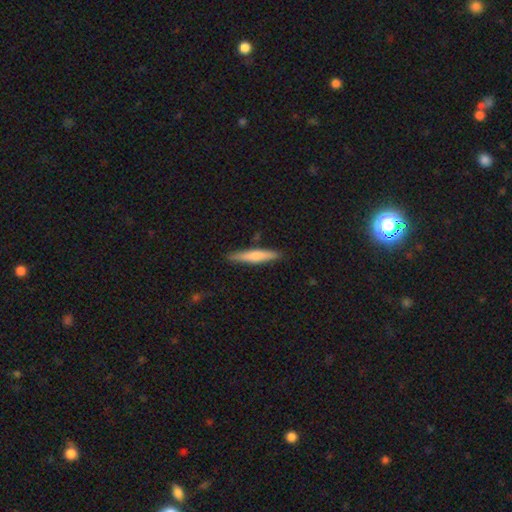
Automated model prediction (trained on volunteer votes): smooth 68%, featured or disk 26%, star or artifact 5%. Down the decision tree: how rounded — cigar-shaped (92%); merging — none (87%).